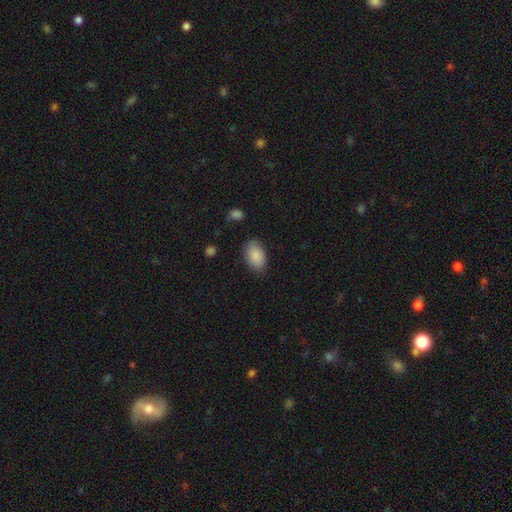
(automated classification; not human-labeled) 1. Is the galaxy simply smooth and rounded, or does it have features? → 88% smooth, 7% star or artifact, 5% featured or disk.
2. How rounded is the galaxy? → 91% in between, 8% round, 1% cigar-shaped.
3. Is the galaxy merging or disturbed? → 81% none, 14% minor disturbance, 3% major disturbance, 1% merger.